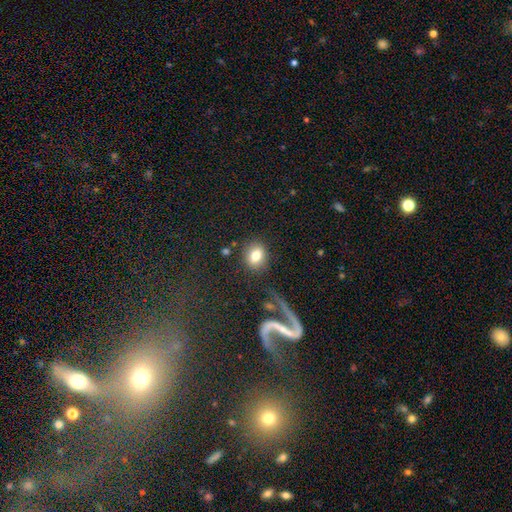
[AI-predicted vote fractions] A smooth galaxy with no disk features (78%) that is round (61%).

Vote fractions:
- Smooth or featured? smooth: 78% / featured or disk: 12% / star or artifact: 10%
- How rounded? round: 61% / in between: 38% / cigar-shaped: 2%
- Merging? none: 83% / minor disturbance: 9% / major disturbance: 4% / merger: 4%